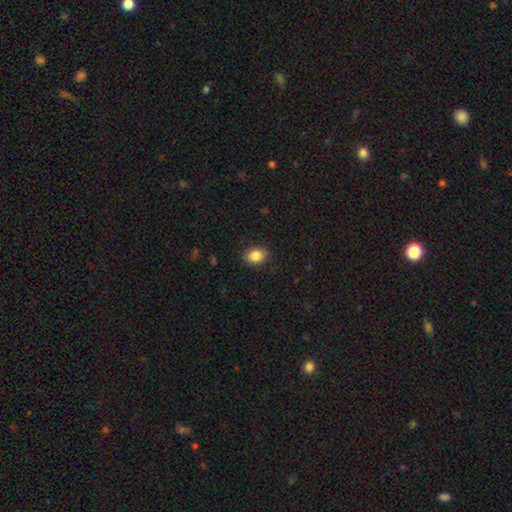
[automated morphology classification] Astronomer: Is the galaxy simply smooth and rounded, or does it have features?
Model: smooth — 86%.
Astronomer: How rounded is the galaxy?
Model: in between — 66%.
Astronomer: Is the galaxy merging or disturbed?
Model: none — 88%.